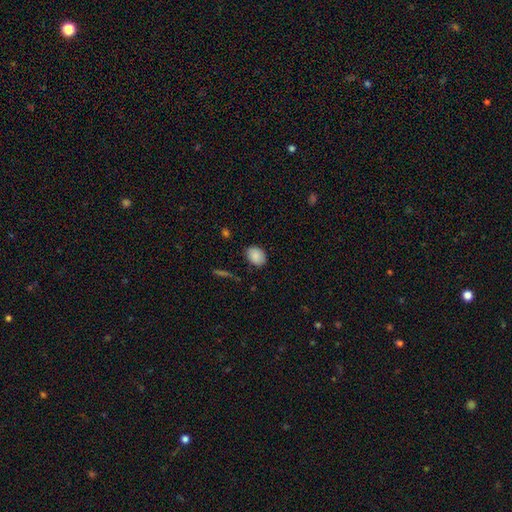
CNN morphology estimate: smooth-or-featured: smooth: 86% | star or artifact: 7% | featured or disk: 6%
  how-rounded: in between: 69% | round: 30% | cigar-shaped: 1%
  merging: none: 82% | minor disturbance: 14% | major disturbance: 3% | merger: 1%